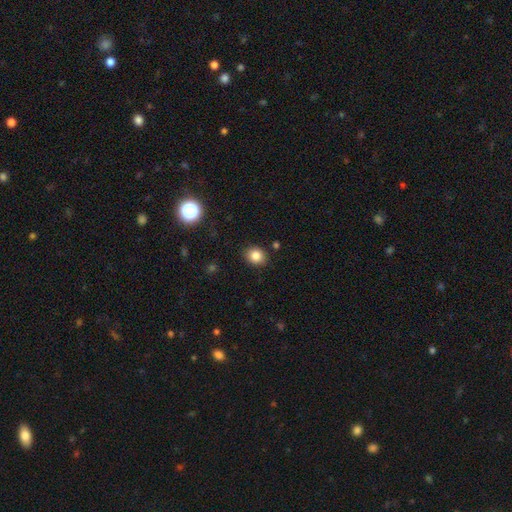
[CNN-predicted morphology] The model was most divided on "how rounded": round: 63%, in between: 37%, cigar-shaped: 1%. More confident: merging — none (89%); smooth or featured — smooth (84%).